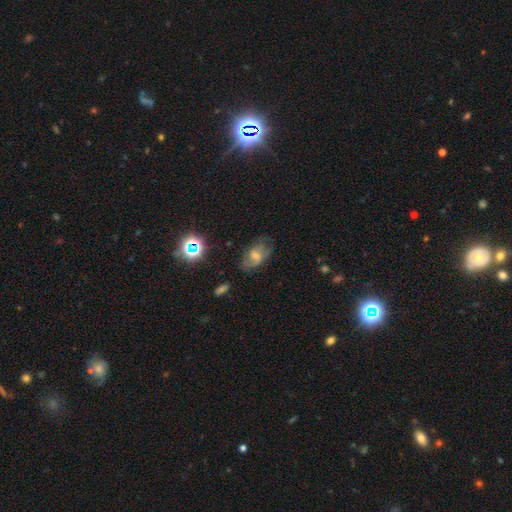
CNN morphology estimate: smooth_or_featured: smooth (p=0.44) [alt: featured or disk p=0.41]
merging: none (p=0.60) [alt: minor disturbance p=0.25]